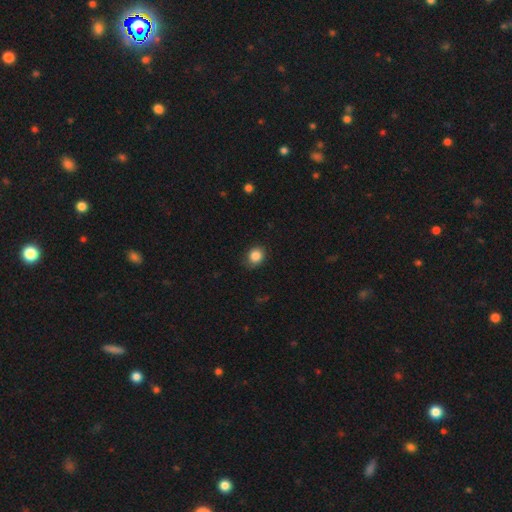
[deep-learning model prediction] smooth 86%, star or artifact 10%, featured or disk 4%. Down the decision tree: how rounded — round (71%); merging — none (80%).